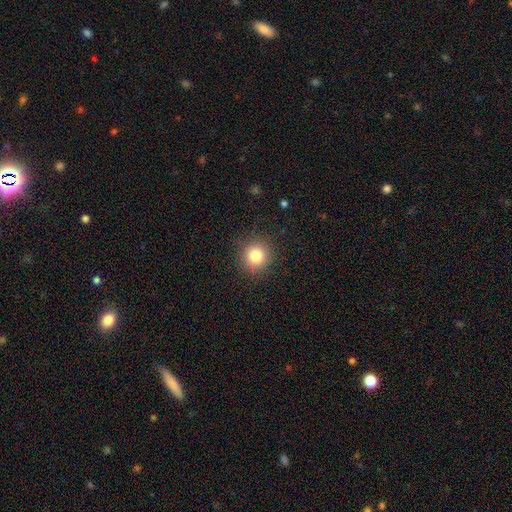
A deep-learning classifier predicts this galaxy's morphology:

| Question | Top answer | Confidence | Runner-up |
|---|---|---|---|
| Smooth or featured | smooth | 81% | star or artifact (12%) |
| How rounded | round | 92% | in between (7%) |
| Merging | none | 88% | minor disturbance (8%) |